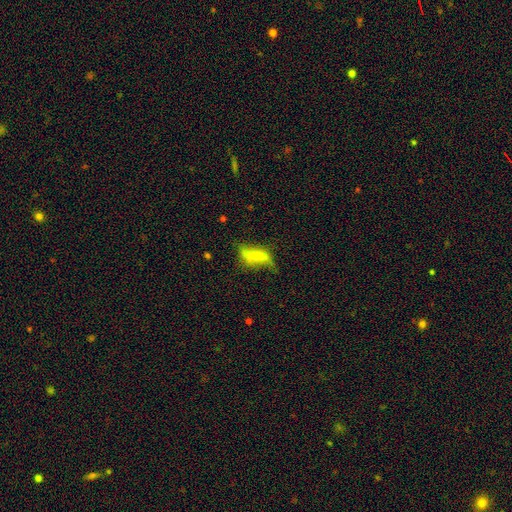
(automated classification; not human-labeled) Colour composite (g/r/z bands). It shows a smooth galaxy with no disk features (54%) that is in between round and cigar-shaped (50%). Merging: none (33%).